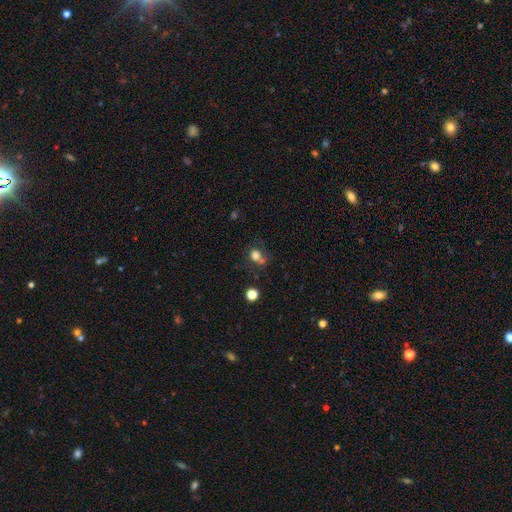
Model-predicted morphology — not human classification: A smooth galaxy with no disk features (72%) that is round (68%).

Vote fractions:
- Smooth or featured? smooth: 72% / star or artifact: 15% / featured or disk: 13%
- How rounded? round: 68% / in between: 31% / cigar-shaped: 1%
- Merging? none: 45% / merger: 26% / minor disturbance: 16% / major disturbance: 13%